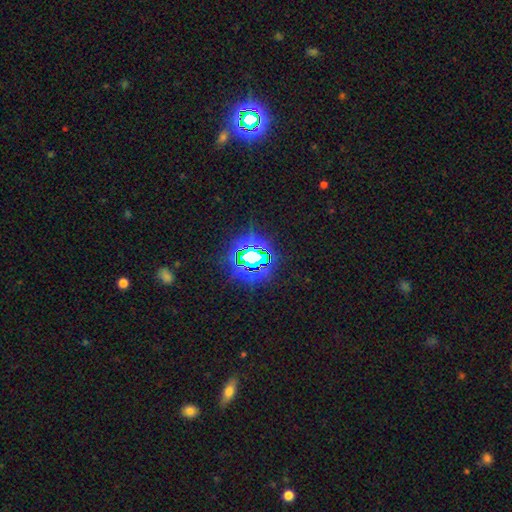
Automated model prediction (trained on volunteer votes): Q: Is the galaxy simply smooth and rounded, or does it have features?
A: star or artifact — 76%.